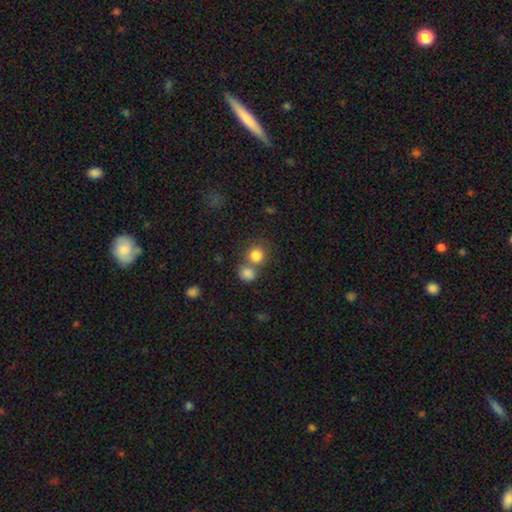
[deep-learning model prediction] This appears to be a smooth galaxy with no disk features (83%) that is round (87%). Merging: none (54%).